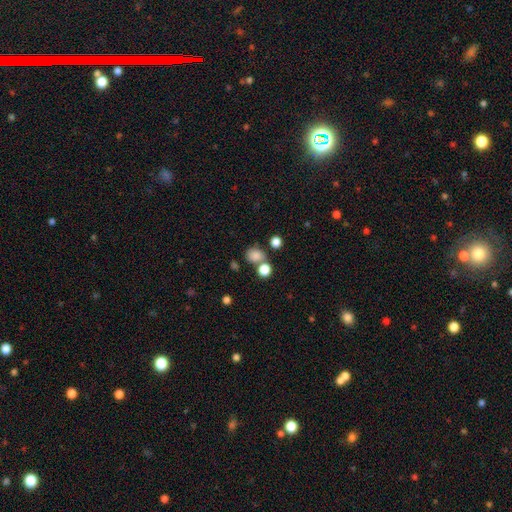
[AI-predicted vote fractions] This appears to be a smooth galaxy with no disk features (81%) that is round (66%). Merging: none (59%).